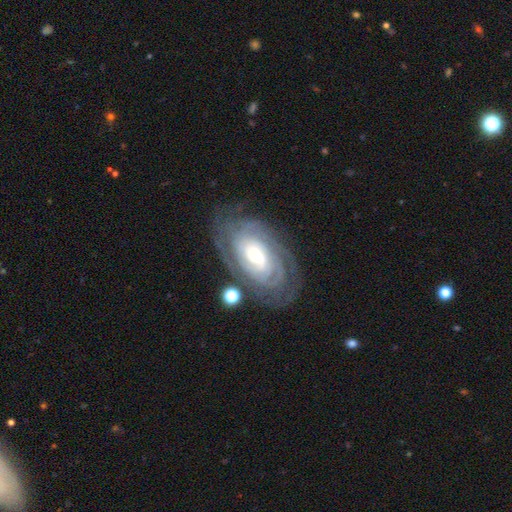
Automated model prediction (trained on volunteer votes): Smooth or featured? Predicted: featured or disk (p=0.86). Edge-on disk? Predicted: no (p=0.95). Bar? Predicted: no (p=0.46). Spiral arms? Predicted: yes (p=0.96). Spiral winding? Predicted: tight (p=0.81). Spiral arm count? Predicted: can't tell (p=0.33). Bulge size? Predicted: moderate (p=0.61). Merging? Predicted: none (p=0.78).